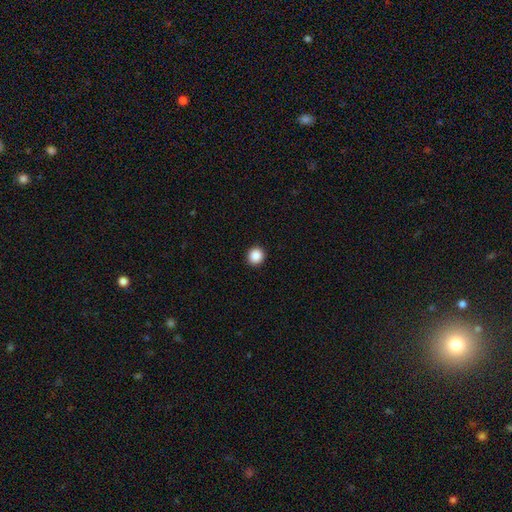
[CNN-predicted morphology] This appears to be a smooth galaxy with no disk features (89%) that is round (92%). Merging: none (93%).